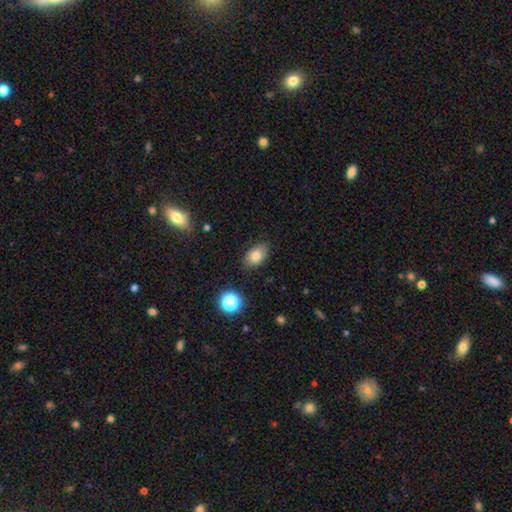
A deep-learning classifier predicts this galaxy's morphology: This appears to be a smooth galaxy with no disk features (79%) that is in between round and cigar-shaped (86%). Merging: none (82%).